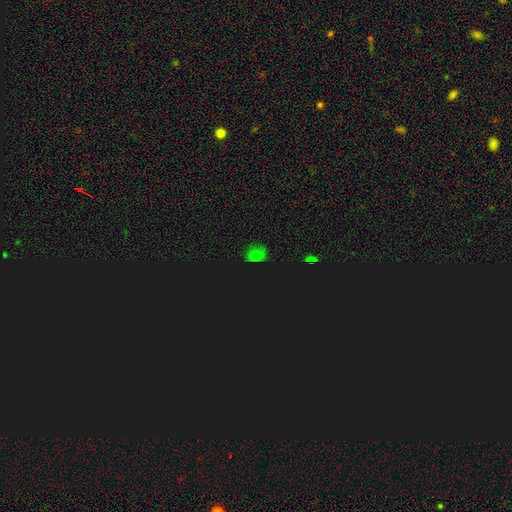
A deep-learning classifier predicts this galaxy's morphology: Q: Smooth or featured?
A: star or artifact (51%); runner-up: smooth (43%)